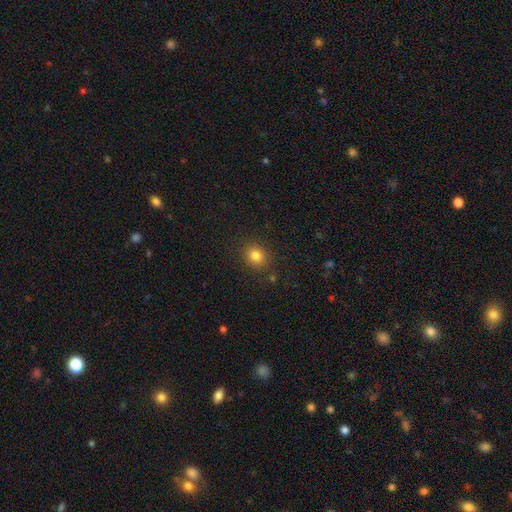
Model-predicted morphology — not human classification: This is clearly a smooth galaxy (82%). How rounded: likely round (74%). Merging: clearly none (87%).